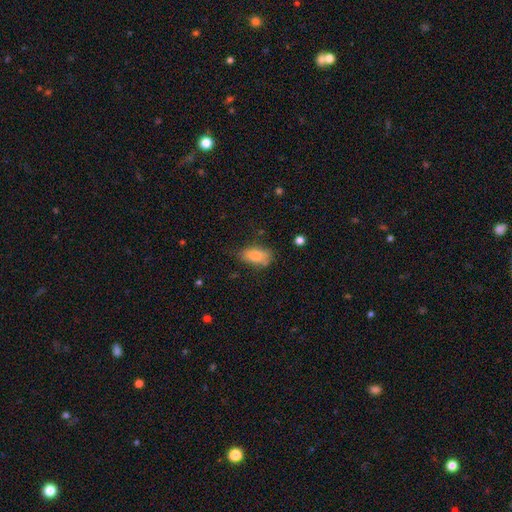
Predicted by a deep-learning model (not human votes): A smooth galaxy with no disk features (82%) that is in between round and cigar-shaped (90%). Merging: none (53%).